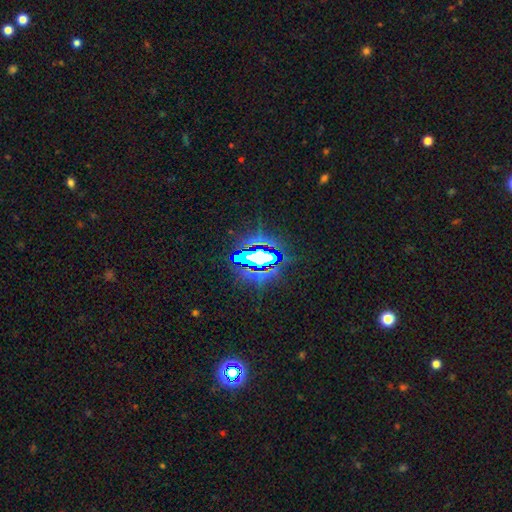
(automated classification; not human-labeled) star or artifact 70%, featured or disk 15%, smooth 15%.